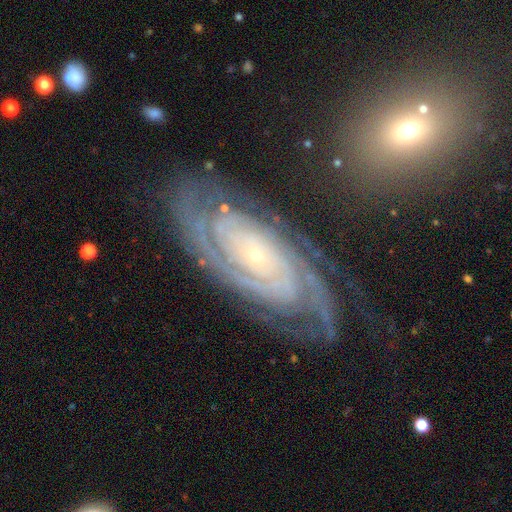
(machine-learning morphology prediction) Smooth or featured: featured or disk — 91% (star or artifact — 5%)
Edge-on disk: no — 96% (yes — 4%)
Bar: no — 73% (weak — 18%)
Spiral arms: yes — 98% (no — 2%)
Spiral winding: tight — 80% (medium — 17%)
Spiral arm count: 2 — 32% (3 — 20%)
Bulge size: small — 84% (moderate — 13%)
Merging: none — 76% (minor disturbance — 16%)